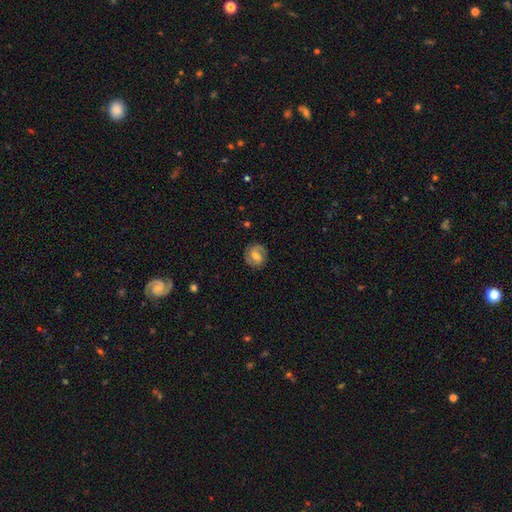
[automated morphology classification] Overall: featured or disk (58%; smooth 34%). Edge-on disk: no (97%). Bar: weak (50%; no 26%). Spiral arms: yes (84%). Bulge size: moderate (54%; small 35%). Merging: none (82%).